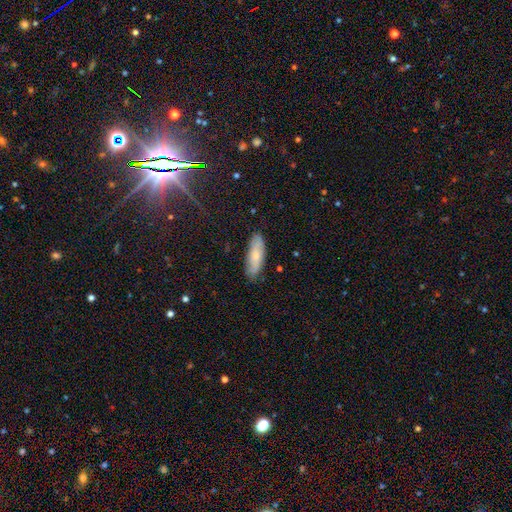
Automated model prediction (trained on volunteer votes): Smooth or featured? Predicted: smooth (p=0.61). How rounded? Predicted: in between (p=0.61). Merging? Predicted: none (p=0.82).